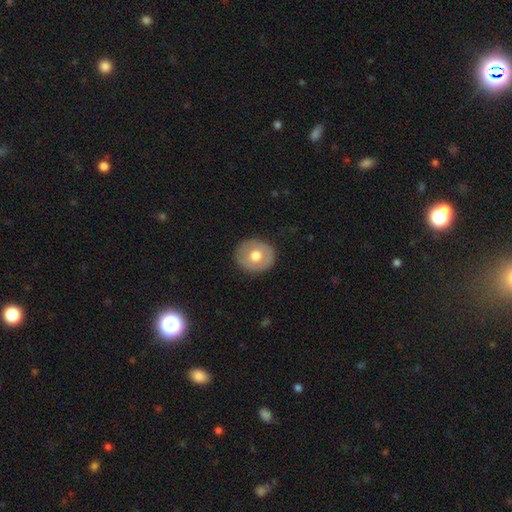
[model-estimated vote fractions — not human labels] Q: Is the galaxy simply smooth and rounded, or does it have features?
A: smooth — 65%.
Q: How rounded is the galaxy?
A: round — 82%.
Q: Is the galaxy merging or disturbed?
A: none — 89%.